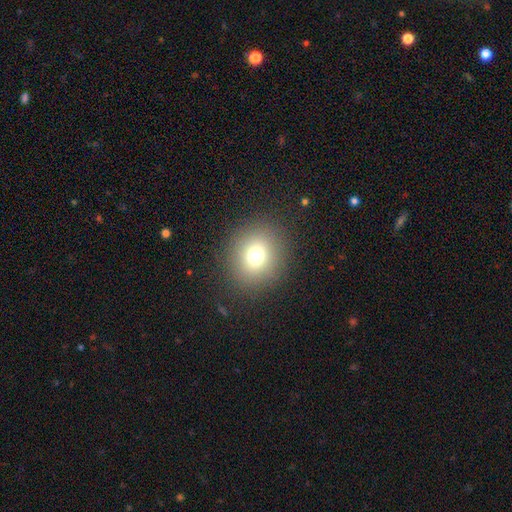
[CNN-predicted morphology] Smooth or featured?
  - smooth: 74% *
  - star or artifact: 15%
  - featured or disk: 10%
How rounded?
  - round: 84% *
  - in between: 15%
  - cigar-shaped: 1%
Merging?
  - none: 88% *
  - minor disturbance: 7%
  - major disturbance: 4%
  - merger: 1%